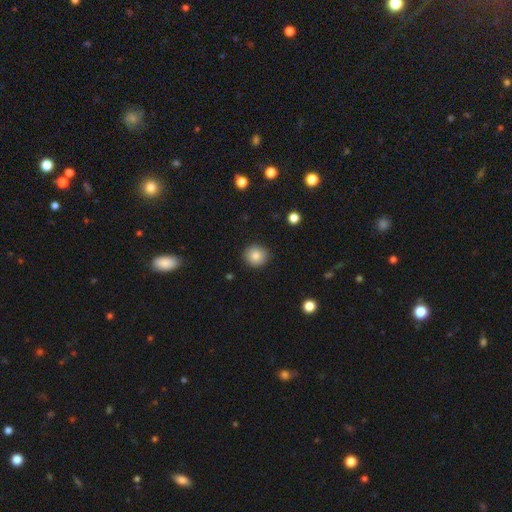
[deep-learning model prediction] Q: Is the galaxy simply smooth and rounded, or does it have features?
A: smooth — 84%.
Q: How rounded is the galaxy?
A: round — 91%.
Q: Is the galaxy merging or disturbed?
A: none — 90%.